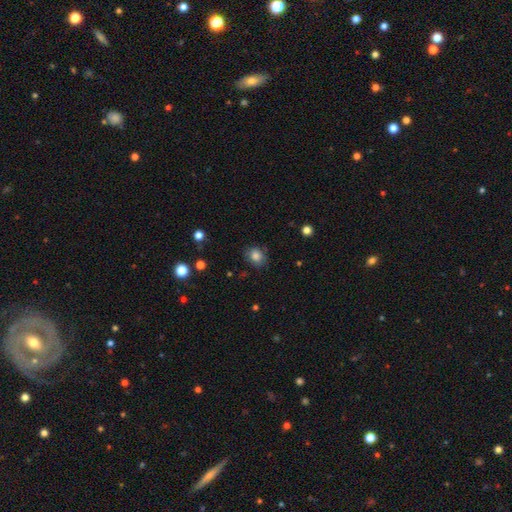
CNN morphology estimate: A smooth galaxy with no disk features (80%) that is round (60%). Merging: none (78%).